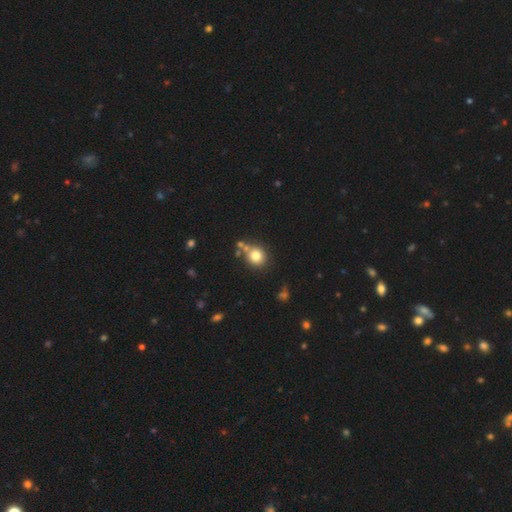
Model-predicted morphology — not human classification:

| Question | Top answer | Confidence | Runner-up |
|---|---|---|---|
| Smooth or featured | smooth | 79% | star or artifact (12%) |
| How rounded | round | 85% | in between (14%) |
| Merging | none | 66% | merger (16%) |